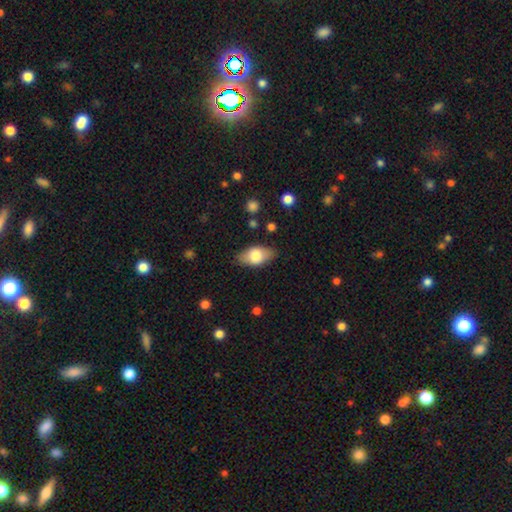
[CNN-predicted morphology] Overall: smooth (71%). How rounded: in between (91%). Merging: none (83%).